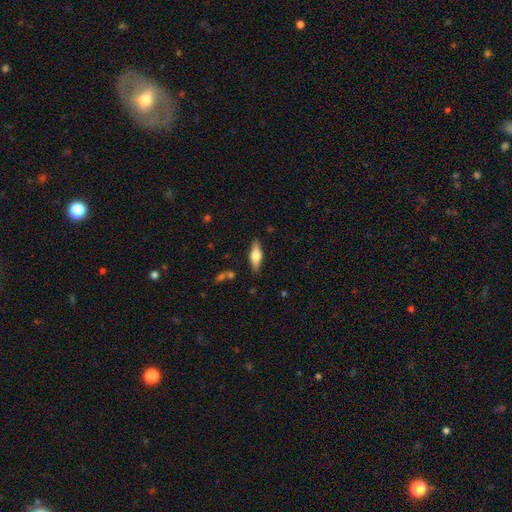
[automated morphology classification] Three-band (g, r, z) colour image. It shows a featured or disk galaxy (53%) viewed edge-on (94%). Merging: none (87%).